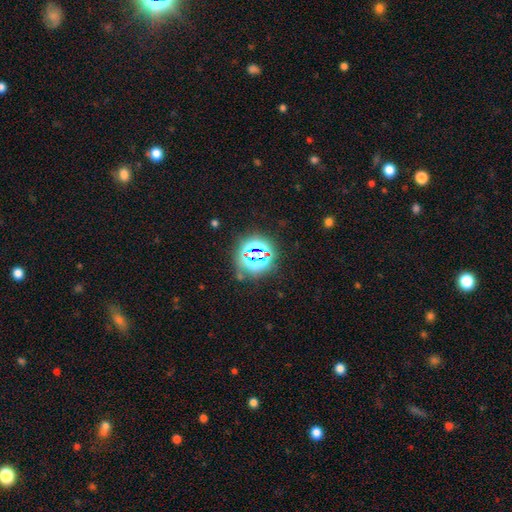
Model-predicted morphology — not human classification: Smooth or featured: star or artifact — 72% (smooth — 19%)